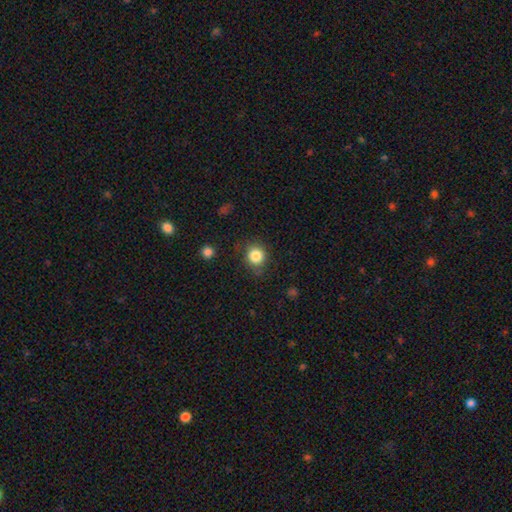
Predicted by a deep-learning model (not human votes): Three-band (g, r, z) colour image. It shows a smooth galaxy with no disk features (83%) that is round (87%). Merging: none (81%).